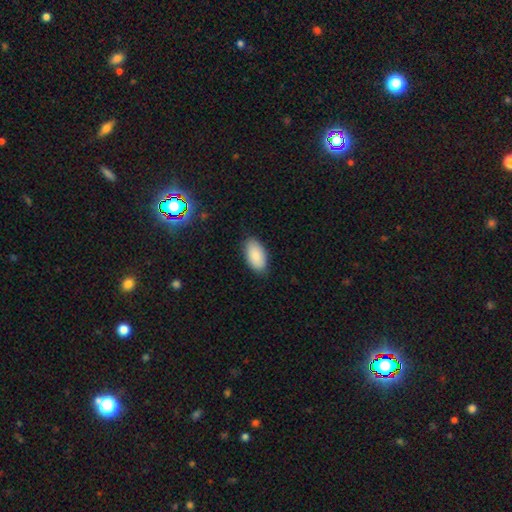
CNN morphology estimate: This appears to be a smooth galaxy with no disk features (87%) that is in between round and cigar-shaped (95%). Merging: none (85%).